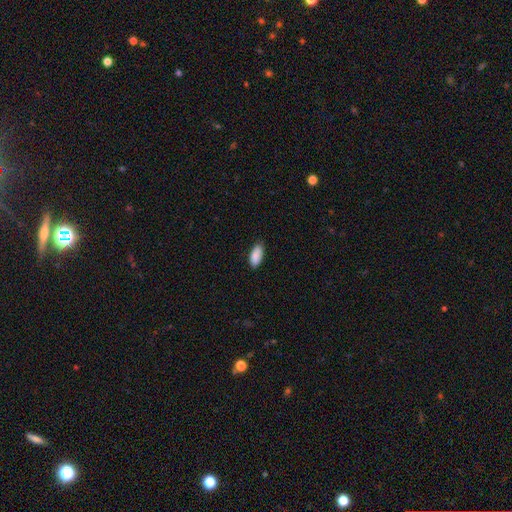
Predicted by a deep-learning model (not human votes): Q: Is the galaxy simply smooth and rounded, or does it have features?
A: smooth — 89%.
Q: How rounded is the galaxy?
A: in between — 89%.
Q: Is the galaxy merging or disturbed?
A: none — 82%.